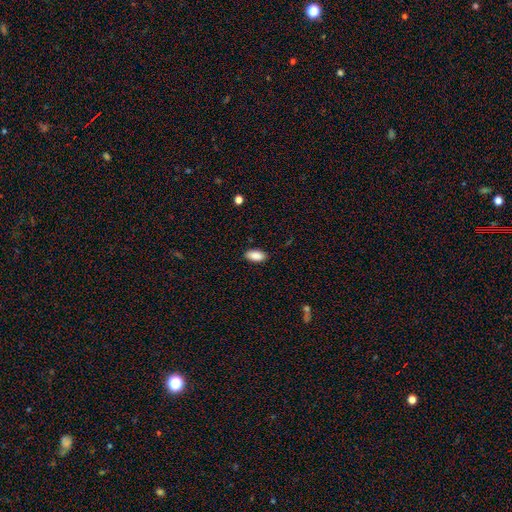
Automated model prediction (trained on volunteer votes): Smooth or featured? Predicted: smooth (p=0.89). How rounded? Predicted: in between (p=0.92). Merging? Predicted: none (p=0.88).